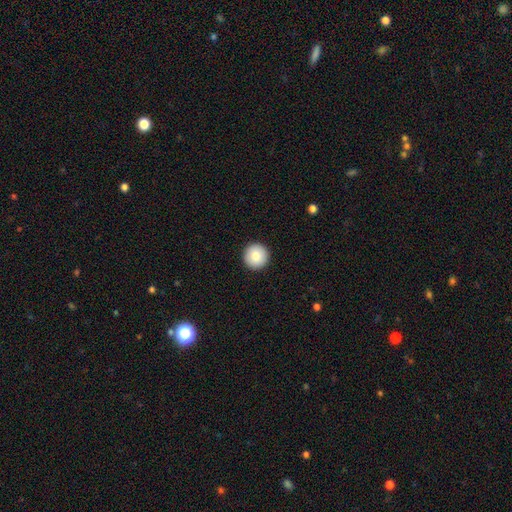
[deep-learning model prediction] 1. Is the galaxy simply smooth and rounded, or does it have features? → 83% smooth, 9% featured or disk, 8% star or artifact.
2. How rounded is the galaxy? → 97% round, 2% in between, 1% cigar-shaped.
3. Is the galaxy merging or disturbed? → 93% none, 4% minor disturbance, 1% major disturbance, 1% merger.